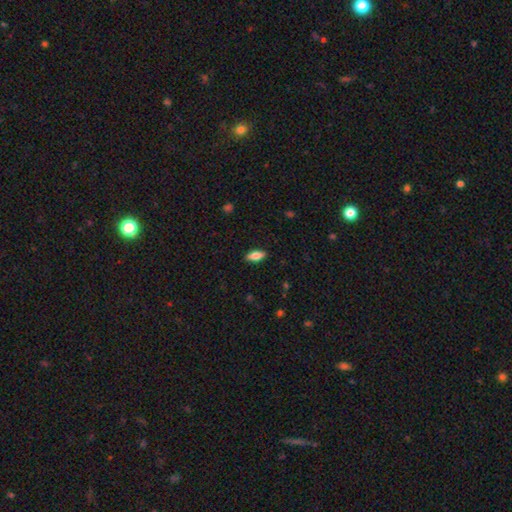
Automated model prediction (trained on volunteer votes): Smooth or featured? smooth (78%)
How rounded? in between (79%)
Merging? none (88%)